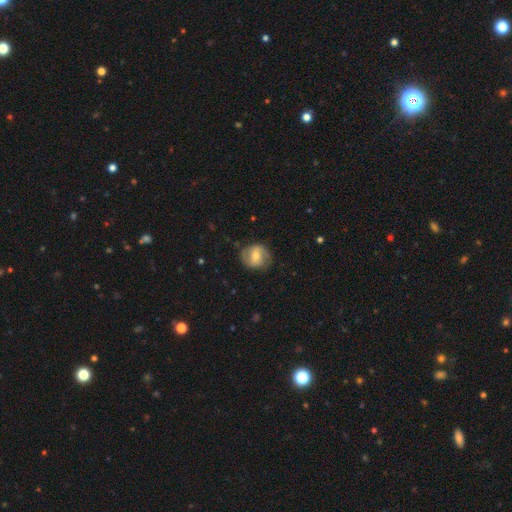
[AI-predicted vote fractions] This appears to be a featured or disk galaxy (60%) with a weak bar (44%), spiral arms (79%) and a moderate central bulge (58%). Merging: none (77%).